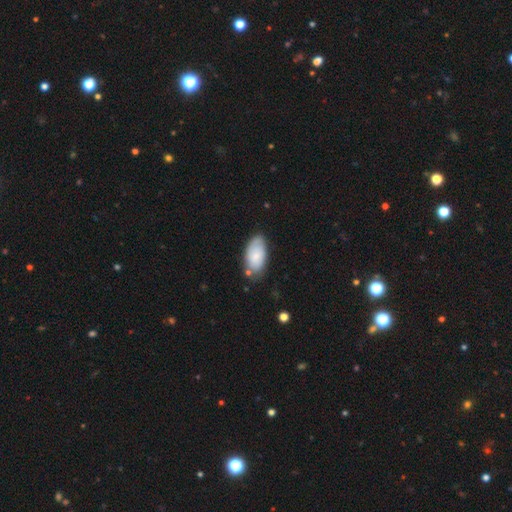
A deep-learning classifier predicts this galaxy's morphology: This appears to be a smooth galaxy with no disk features (73%) that is in between round and cigar-shaped (94%). Merging: none (65%).